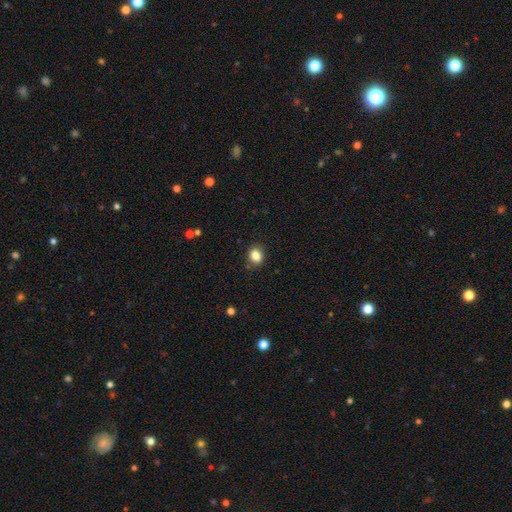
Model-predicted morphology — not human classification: A smooth galaxy with no disk features (84%) that is round (50%).

Vote fractions:
- Smooth or featured? smooth: 84% / star or artifact: 10% / featured or disk: 6%
- How rounded? round: 50% / in between: 49% / cigar-shaped: 1%
- Merging? none: 86% / minor disturbance: 11% / major disturbance: 2% / merger: 1%